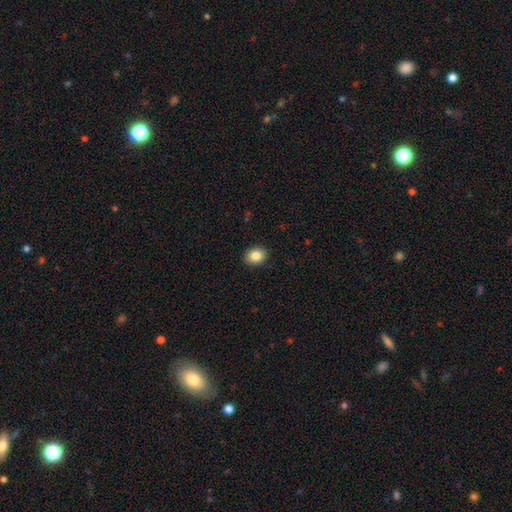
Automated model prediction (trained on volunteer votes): Smooth or featured? Predicted: smooth (p=0.85). How rounded? Predicted: in between (p=0.51). Merging? Predicted: none (p=0.91).